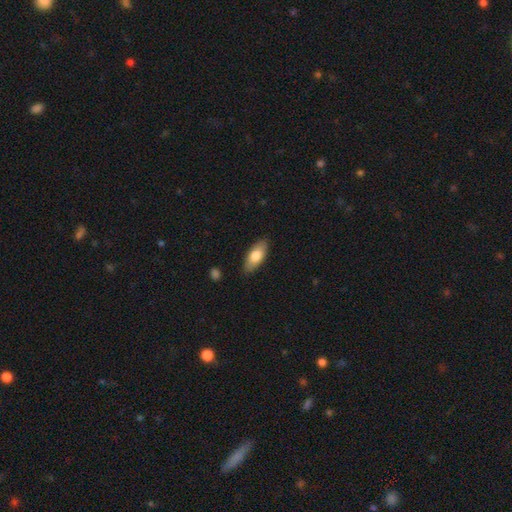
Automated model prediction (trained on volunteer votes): Q: Smooth or featured?
A: smooth (77%); runner-up: featured or disk (17%)
Q: How rounded?
A: in between (83%); runner-up: cigar-shaped (14%)
Q: Merging?
A: none (86%); runner-up: minor disturbance (11%)